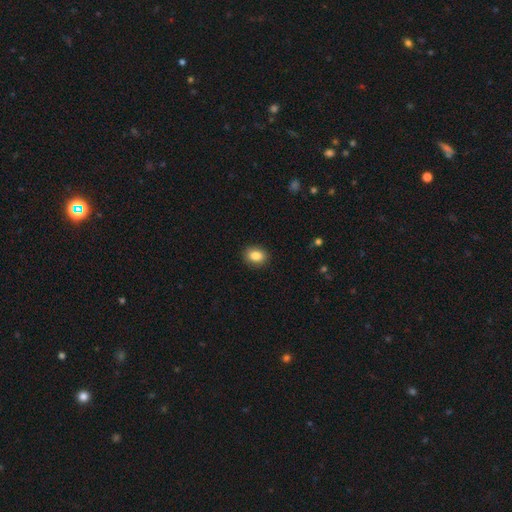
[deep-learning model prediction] This is clearly a smooth galaxy (86%). How rounded: likely in between (61%). Merging: clearly none (89%).